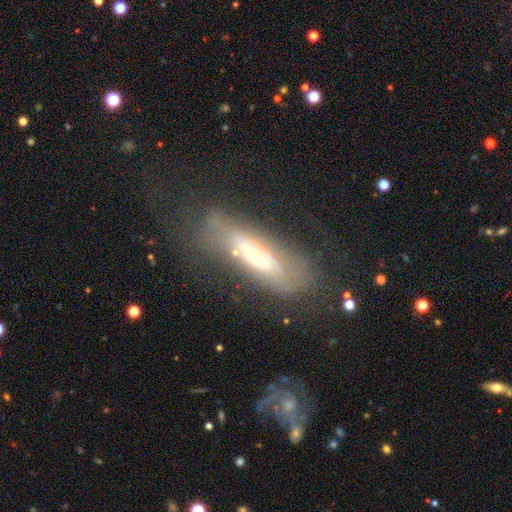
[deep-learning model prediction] Smooth or featured: featured or disk — 60% (smooth — 31%)
Edge-on disk: yes — 54% (no — 46%)
Merging: none — 55% (minor disturbance — 23%)